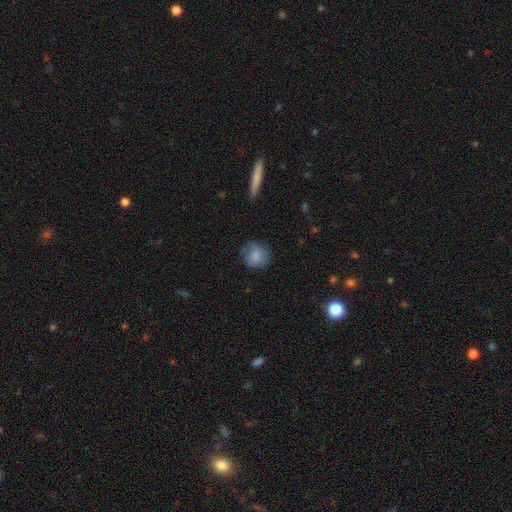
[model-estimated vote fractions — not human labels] A smooth galaxy with no disk features (73%) that is round (81%). Merging: none (60%).